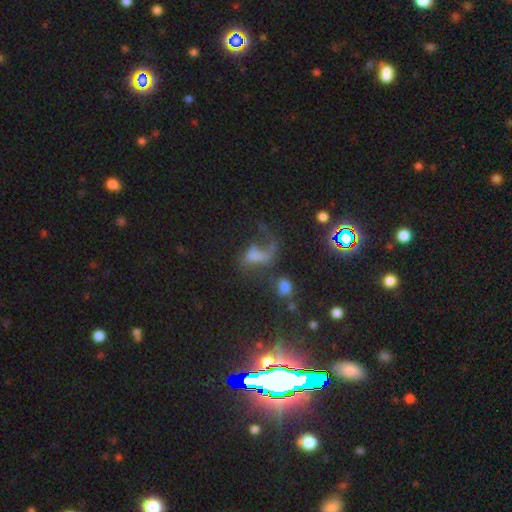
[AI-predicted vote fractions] Smooth or featured? featured or disk (40%)
Merging? major disturbance (43%)